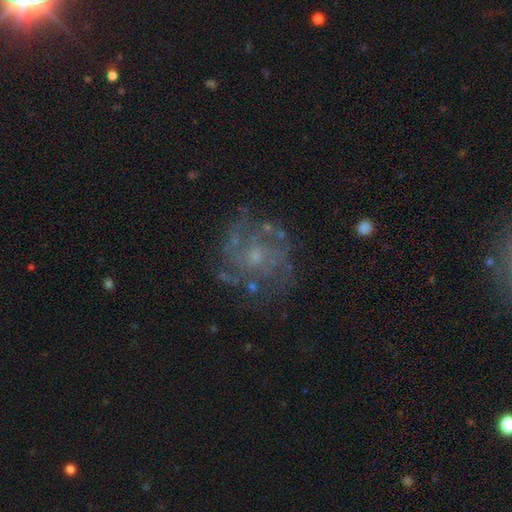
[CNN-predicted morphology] Overall: featured or disk (74%). Edge-on disk: no (98%). Bar: no (80%). Spiral arms: yes (75%). Spiral arm count: can't tell (43%; 3 19%). Spiral winding: tight (46%; medium 40%). Bulge size: small (55%; moderate 32%). Merging: none (69%).